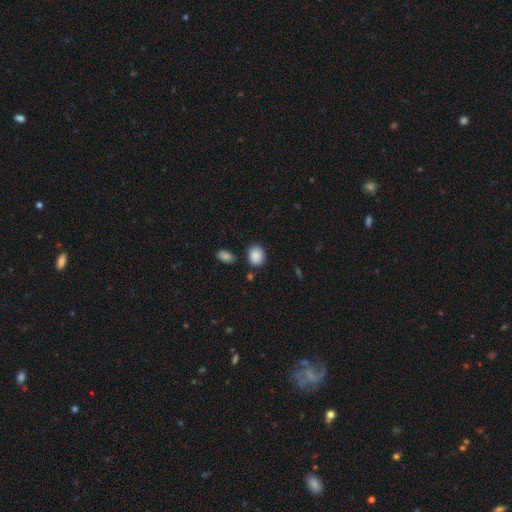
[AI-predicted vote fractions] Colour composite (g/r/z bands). It shows a smooth galaxy with no disk features (88%) that is round (55%). Merging: none (80%).